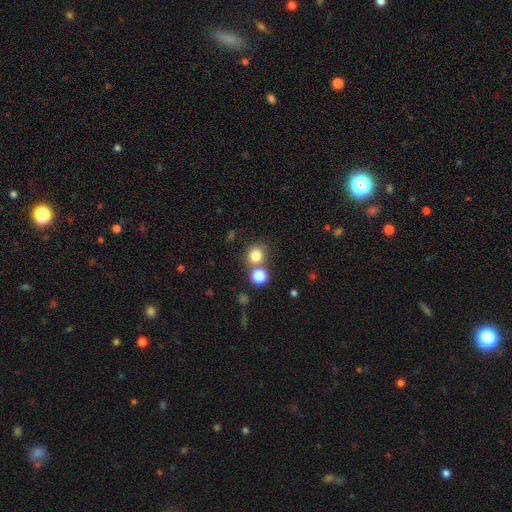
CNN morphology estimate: This is likely a smooth galaxy (79%). How rounded: clearly round (84%). Merging: likely none (63%).